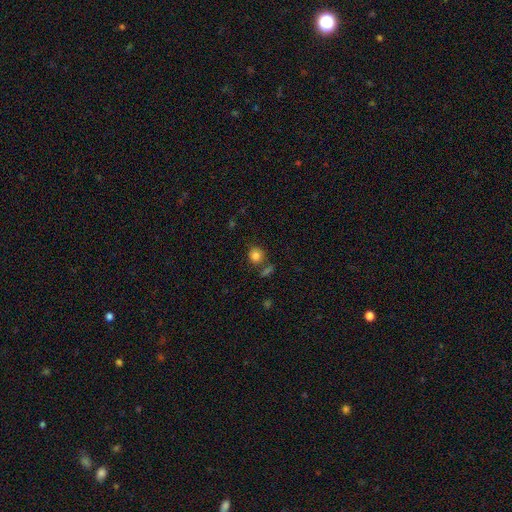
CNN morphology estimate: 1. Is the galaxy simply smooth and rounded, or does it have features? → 84% smooth, 10% star or artifact, 6% featured or disk.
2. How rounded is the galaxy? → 82% round, 16% in between, 1% cigar-shaped.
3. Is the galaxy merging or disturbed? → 71% none, 13% merger, 12% minor disturbance, 4% major disturbance.